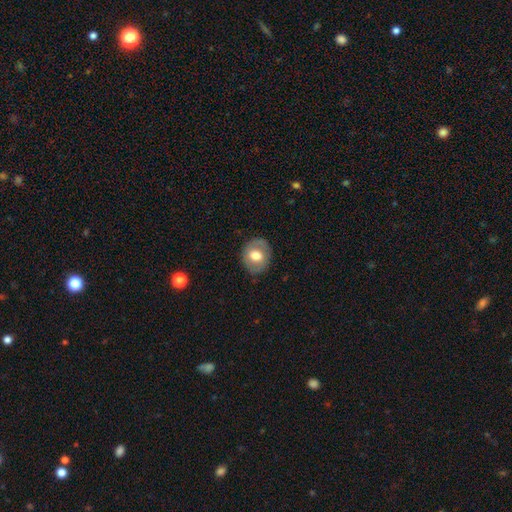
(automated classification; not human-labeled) Smooth or featured? Predicted: smooth (p=0.61). How rounded? Predicted: round (p=0.69). Merging? Predicted: none (p=0.81).